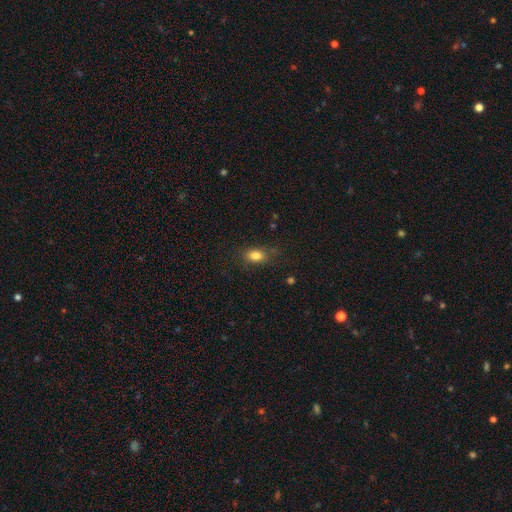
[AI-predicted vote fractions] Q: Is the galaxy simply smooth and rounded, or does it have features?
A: smooth — 83%.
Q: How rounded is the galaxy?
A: in between — 79%.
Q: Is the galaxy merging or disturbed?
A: none — 77%.